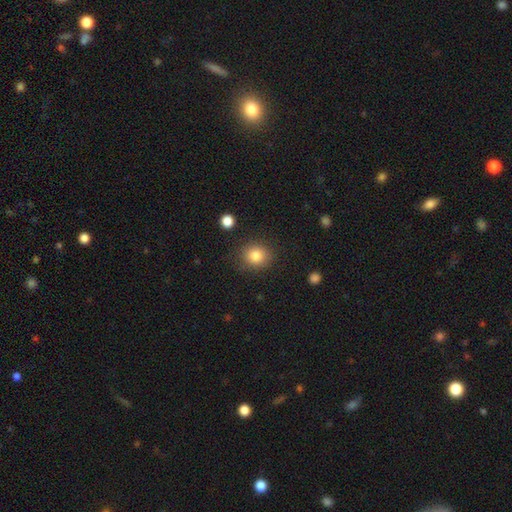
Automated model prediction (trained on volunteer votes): Q: Smooth or featured?
A: smooth (83%); runner-up: star or artifact (10%)
Q: How rounded?
A: round (78%); runner-up: in between (21%)
Q: Merging?
A: none (85%); runner-up: minor disturbance (10%)